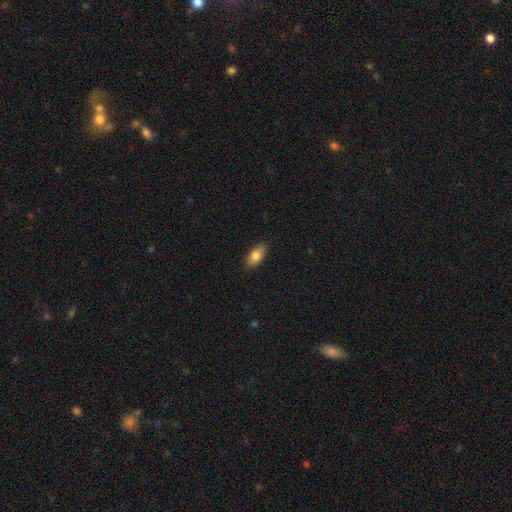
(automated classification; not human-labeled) Morphology: type=smooth (78%); roundness=in between (87%); merging=none (88%).